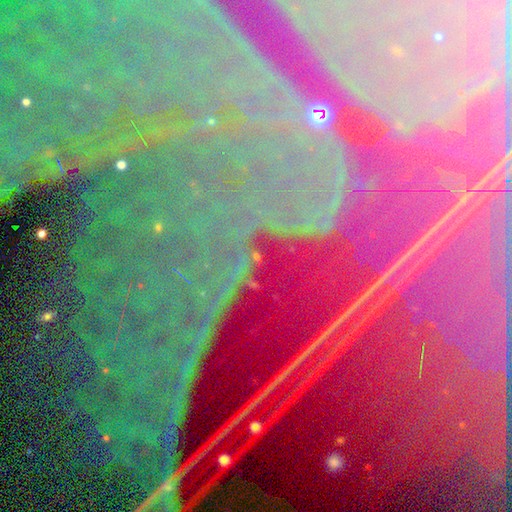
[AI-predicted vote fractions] Smooth or featured? Predicted: star or artifact (p=0.88).